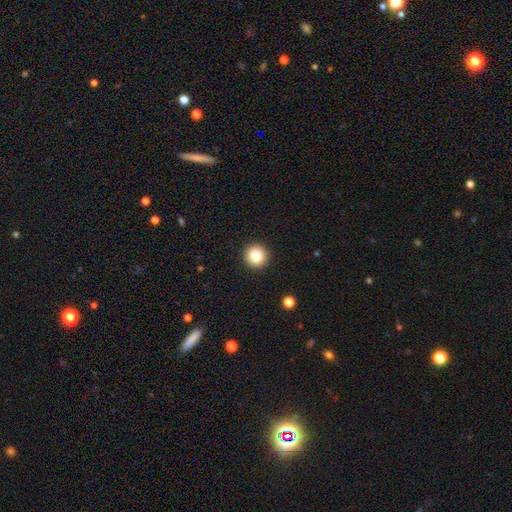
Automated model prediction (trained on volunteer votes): The model was most divided on "smooth or featured": smooth: 84%, star or artifact: 10%, featured or disk: 7%. More confident: how rounded — round (95%); merging — none (93%).